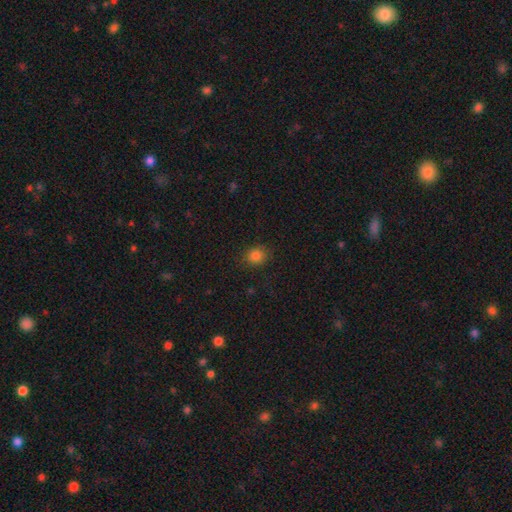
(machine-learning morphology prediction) smooth 83%, star or artifact 12%, featured or disk 5%. Down the decision tree: how rounded — round (76%); merging — none (85%).